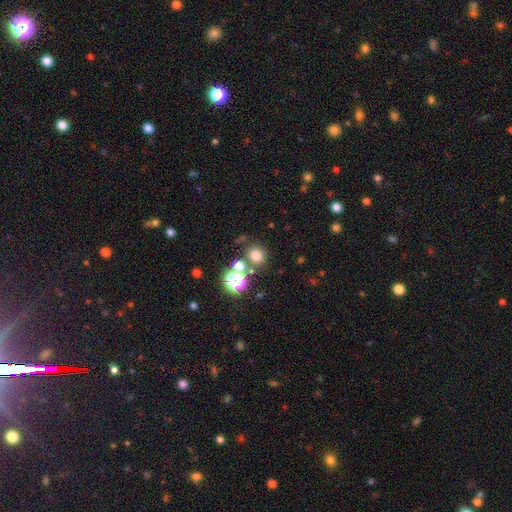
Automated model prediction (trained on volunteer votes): The model was most divided on "smooth or featured": smooth: 70%, star or artifact: 23%, featured or disk: 7%. More confident: how rounded — round (87%); merging — none (73%).